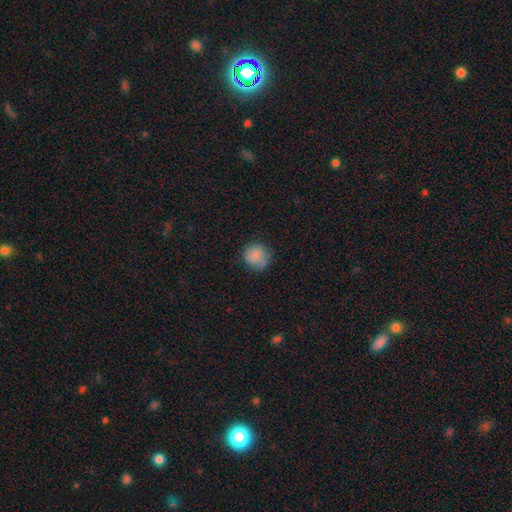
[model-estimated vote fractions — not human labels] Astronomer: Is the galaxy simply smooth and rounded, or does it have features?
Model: smooth — 85%.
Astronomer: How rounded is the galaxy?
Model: round — 90%.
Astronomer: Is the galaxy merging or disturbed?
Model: none — 75%.